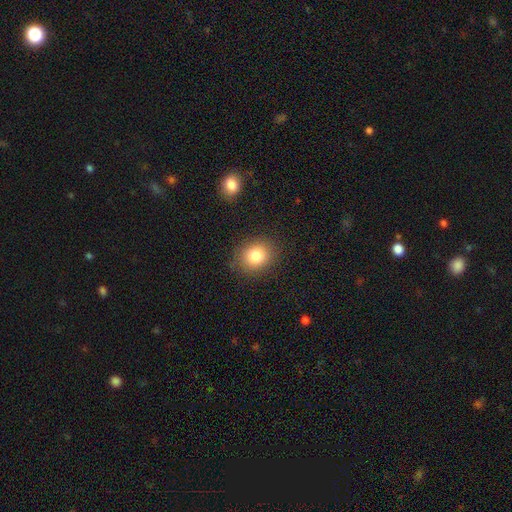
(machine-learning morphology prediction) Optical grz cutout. It shows a smooth galaxy with no disk features (81%) that is round (64%). Merging: none (86%).